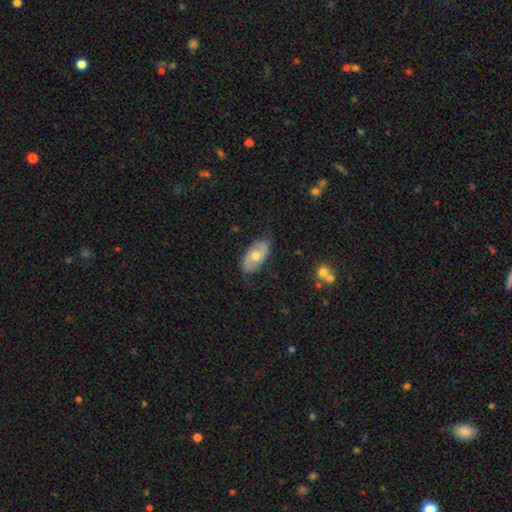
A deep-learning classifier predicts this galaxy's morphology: A featured or disk galaxy (48%). Merging: none (70%).